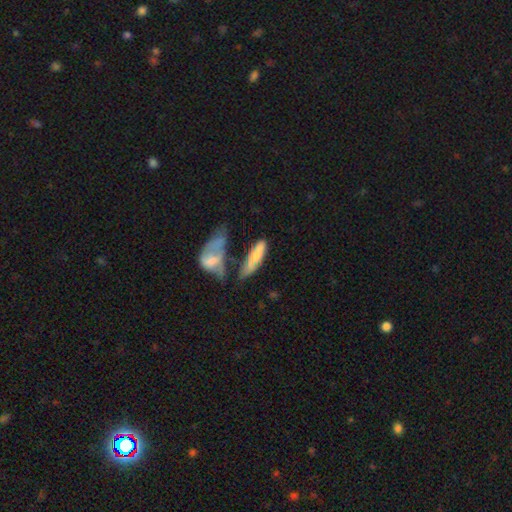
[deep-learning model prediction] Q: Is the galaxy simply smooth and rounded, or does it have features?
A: smooth — 65%.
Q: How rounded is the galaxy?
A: cigar-shaped — 50%.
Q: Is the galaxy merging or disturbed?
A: merger — 31%, tied with none.